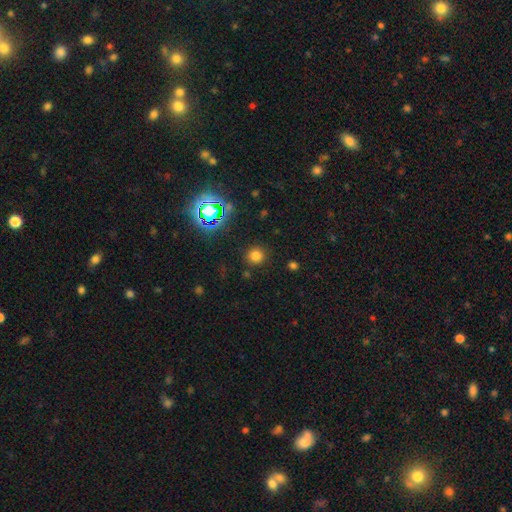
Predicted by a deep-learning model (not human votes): This appears to be a smooth galaxy with no disk features (74%) that is round (92%). Merging: none (88%).